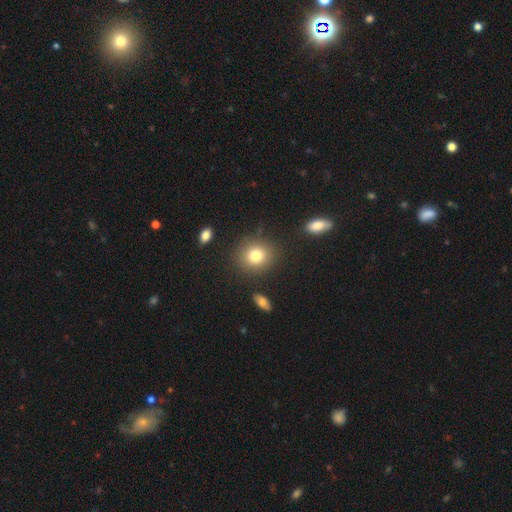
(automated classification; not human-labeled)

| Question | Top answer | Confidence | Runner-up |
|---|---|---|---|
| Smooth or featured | smooth | 80% | star or artifact (11%) |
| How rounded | round | 79% | in between (20%) |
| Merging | none | 86% | minor disturbance (8%) |